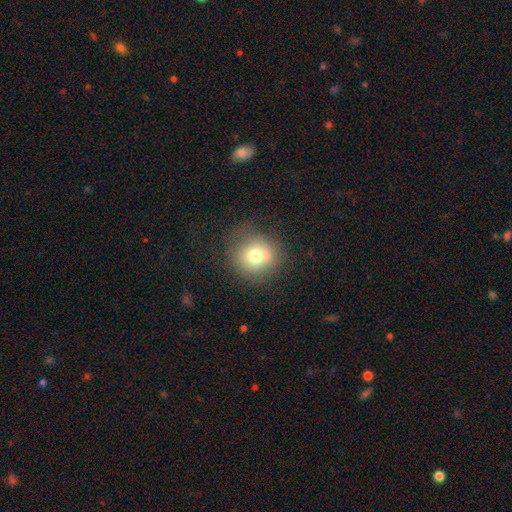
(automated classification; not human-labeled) This is likely a smooth galaxy (75%). How rounded: clearly round (84%). Merging: likely none (77%).